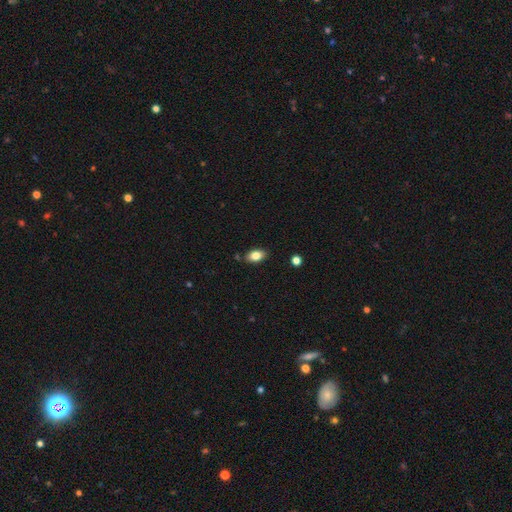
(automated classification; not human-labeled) Smooth or featured: smooth — 82% (featured or disk — 9%)
How rounded: in between — 88% (round — 9%)
Merging: none — 83% (minor disturbance — 12%)